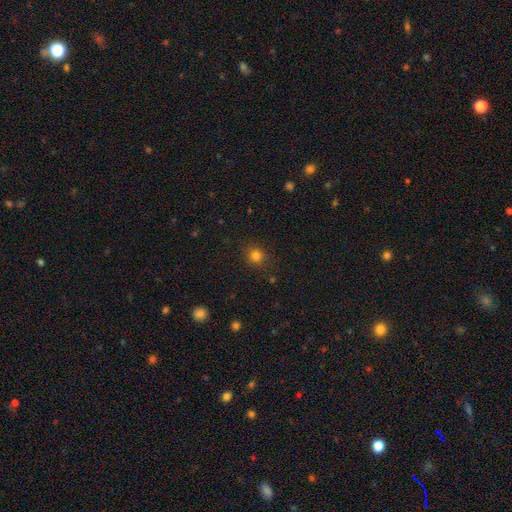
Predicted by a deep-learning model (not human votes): smooth 79%, star or artifact 16%, featured or disk 5%. Down the decision tree: how rounded — round (81%); merging — none (83%).